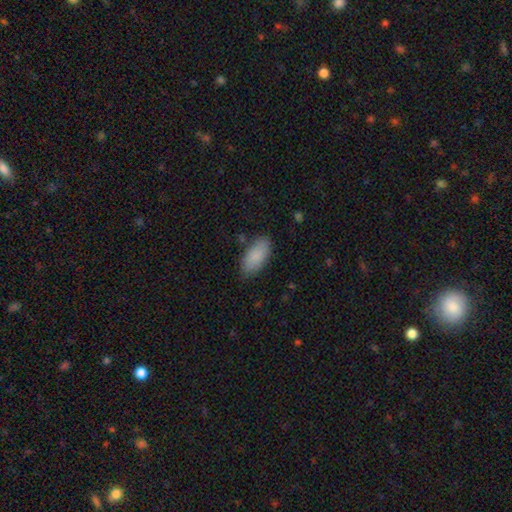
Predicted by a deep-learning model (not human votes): Smooth or featured: smooth — 87% (star or artifact — 6%)
How rounded: in between — 90% (cigar-shaped — 8%)
Merging: none — 81% (minor disturbance — 14%)